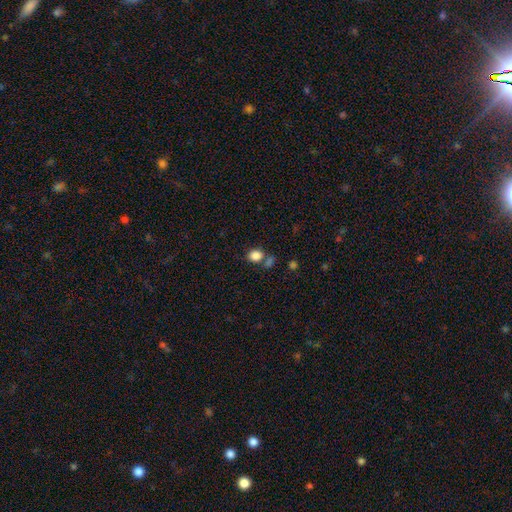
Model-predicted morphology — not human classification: Overall: smooth (85%). How rounded: round (59%; in between 40%). Merging: none (61%; merger 22%).